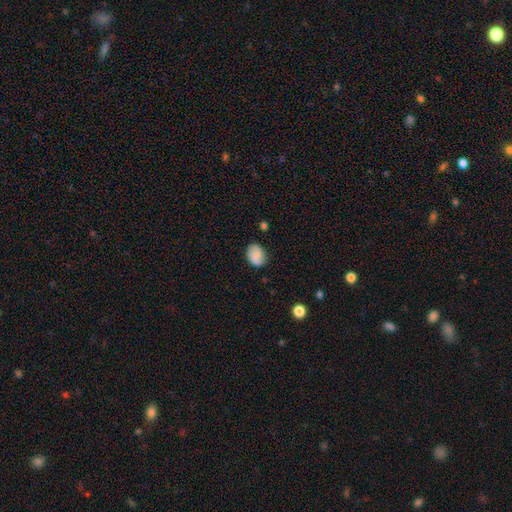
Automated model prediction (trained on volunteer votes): This is likely a smooth galaxy (71%). How rounded: likely in between (63%). Merging: likely none (76%).